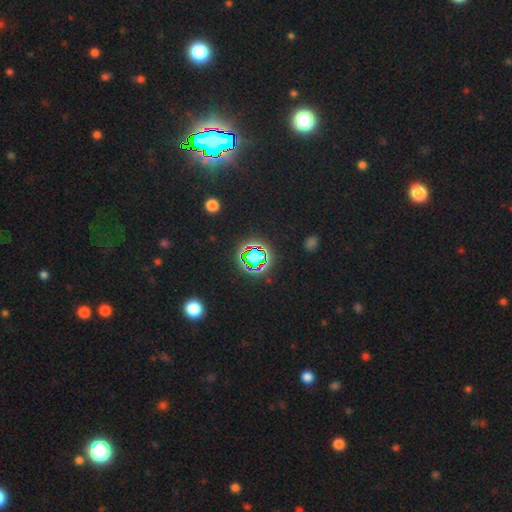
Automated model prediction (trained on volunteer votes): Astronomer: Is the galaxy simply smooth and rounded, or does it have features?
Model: star or artifact — 79%.